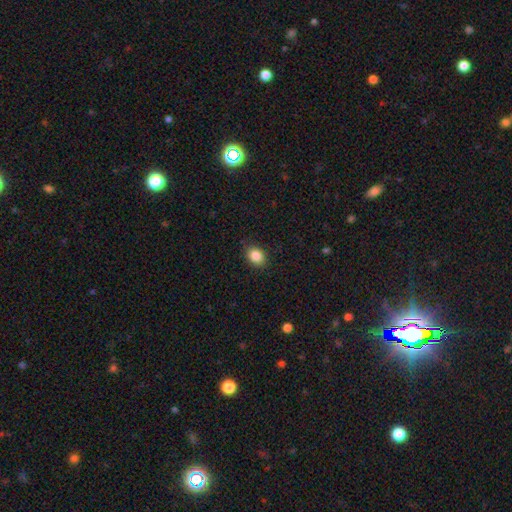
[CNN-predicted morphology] Q: Smooth or featured?
A: smooth (87%); runner-up: star or artifact (9%)
Q: How rounded?
A: in between (57%); runner-up: round (42%)
Q: Merging?
A: none (87%); runner-up: minor disturbance (10%)